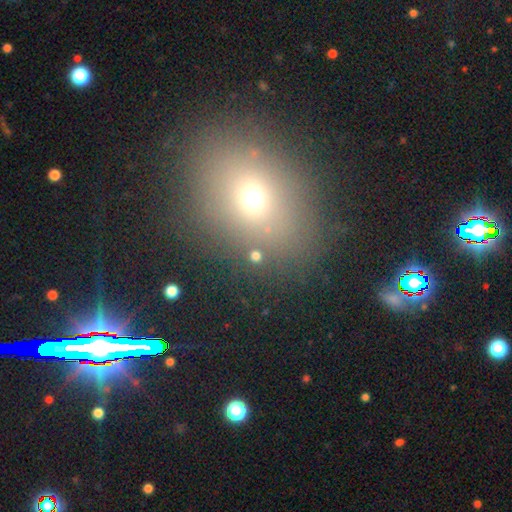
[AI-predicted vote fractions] Overall: smooth (62%; star or artifact 30%). How rounded: round (80%). Merging: none (81%).